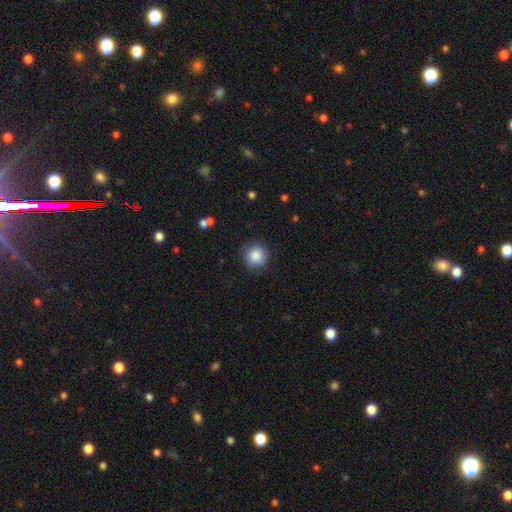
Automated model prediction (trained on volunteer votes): This appears to be a smooth galaxy with no disk features (86%) that is round (93%). Merging: none (86%).